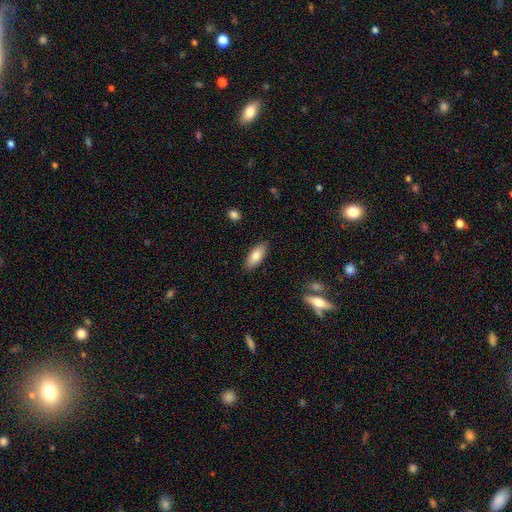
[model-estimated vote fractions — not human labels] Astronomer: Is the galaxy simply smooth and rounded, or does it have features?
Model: smooth — 81%.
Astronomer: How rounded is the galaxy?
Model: in between — 81%.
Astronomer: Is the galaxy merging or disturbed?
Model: none — 87%.